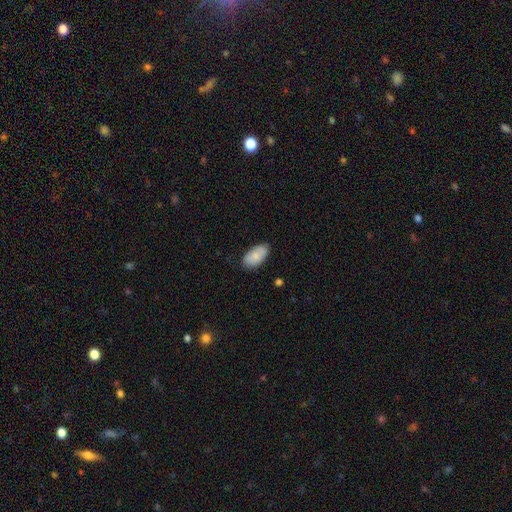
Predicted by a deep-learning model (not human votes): The model was most divided on "merging": none: 79%, minor disturbance: 16%, major disturbance: 3%, merger: 1%. More confident: how rounded — in between (95%); smooth or featured — smooth (80%).